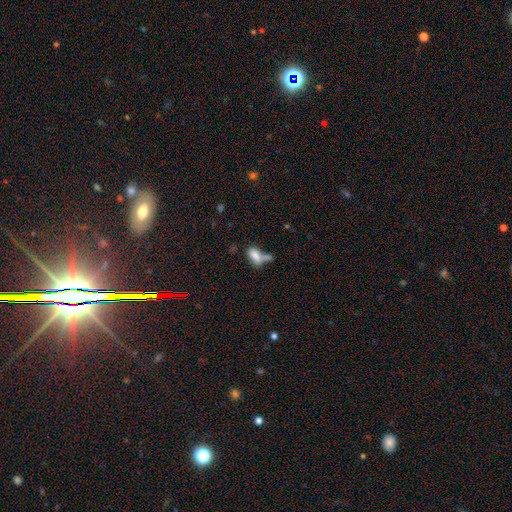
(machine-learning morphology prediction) The model was most divided on "merging": merger: 41%, none: 30%, minor disturbance: 17%, major disturbance: 11%. More confident: how rounded — in between (88%); smooth or featured — smooth (77%).